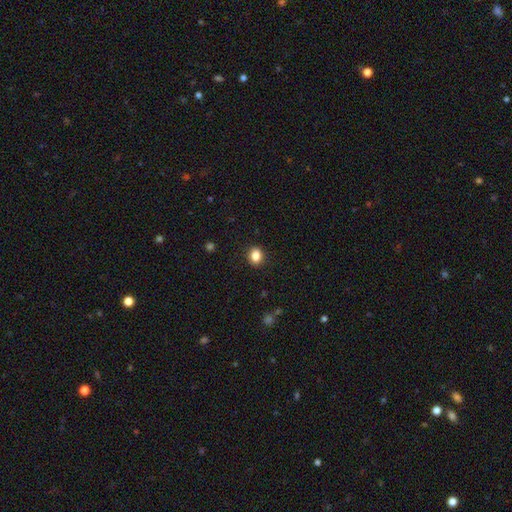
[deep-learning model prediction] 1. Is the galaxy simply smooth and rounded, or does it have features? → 85% smooth, 10% star or artifact, 4% featured or disk.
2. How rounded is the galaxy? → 58% round, 41% in between, 1% cigar-shaped.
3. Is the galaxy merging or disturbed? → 90% none, 7% minor disturbance, 2% major disturbance, 1% merger.